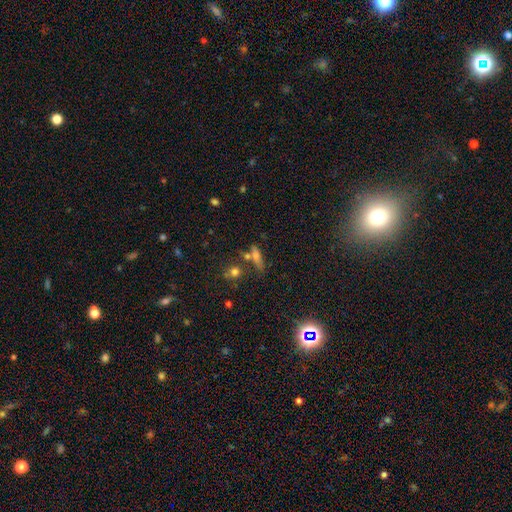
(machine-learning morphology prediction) smooth 61%, featured or disk 24%, star or artifact 15%. Down the decision tree: how rounded — cigar-shaped (62%); merging — none (60%).